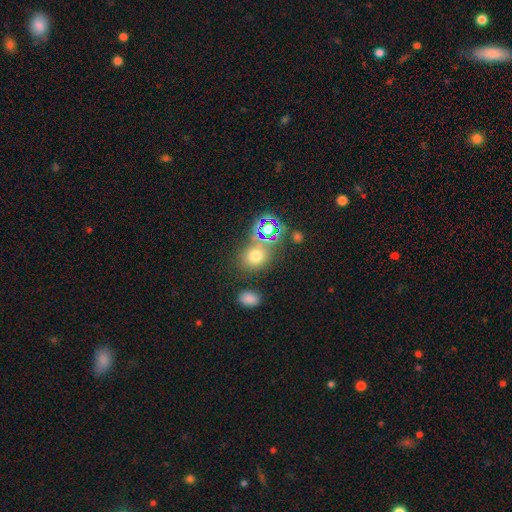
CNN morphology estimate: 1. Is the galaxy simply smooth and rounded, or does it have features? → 66% smooth, 24% star or artifact, 10% featured or disk.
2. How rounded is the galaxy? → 58% round, 41% in between, 1% cigar-shaped.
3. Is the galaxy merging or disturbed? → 67% none, 15% merger, 12% minor disturbance, 6% major disturbance.